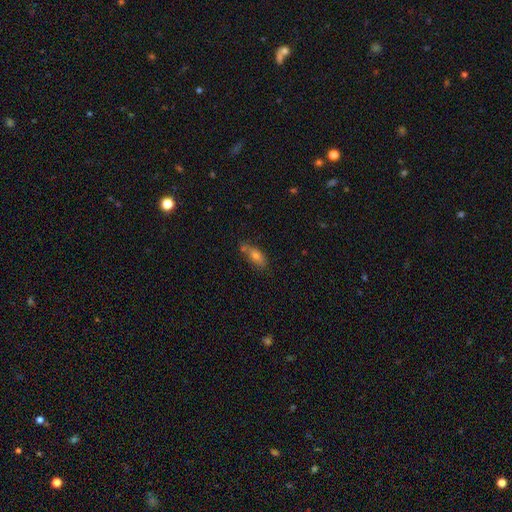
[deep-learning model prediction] A smooth galaxy with no disk features (71%) that is in between round and cigar-shaped (73%). Merging: none (58%).